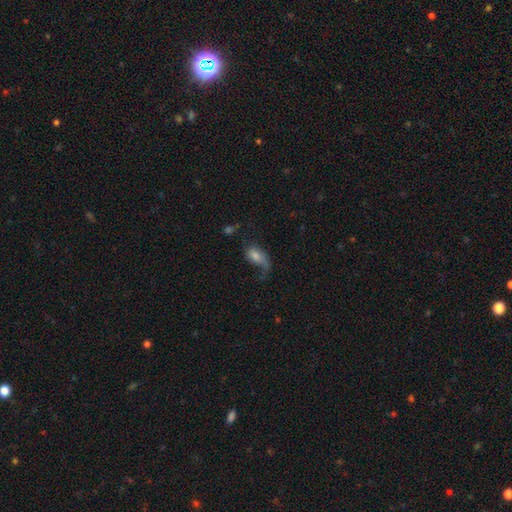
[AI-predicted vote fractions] A smooth galaxy with no disk features (53%) that is in between round and cigar-shaped (85%).

Vote fractions:
- Smooth or featured? smooth: 53% / featured or disk: 37% / star or artifact: 10%
- How rounded? in between: 85% / round: 10% / cigar-shaped: 5%
- Merging? major disturbance: 40% / none: 33% / minor disturbance: 22% / merger: 5%